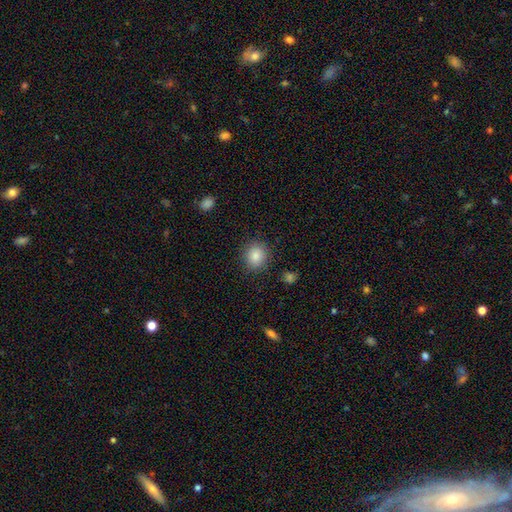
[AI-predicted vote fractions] Smooth or featured: smooth — 86% (star or artifact — 9%)
How rounded: round — 78% (in between — 21%)
Merging: none — 87% (minor disturbance — 8%)